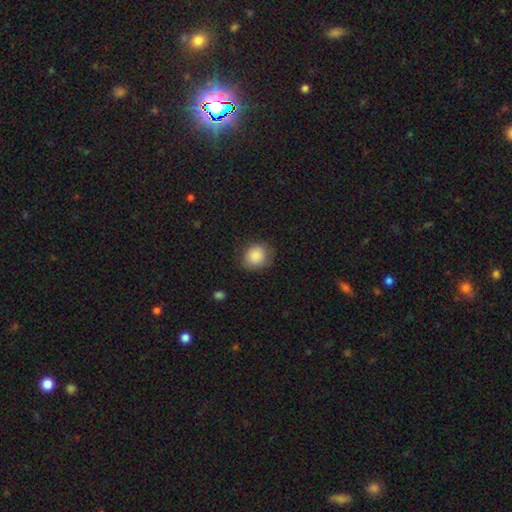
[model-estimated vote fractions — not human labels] Smooth or featured? Predicted: smooth (p=0.87). How rounded? Predicted: round (p=0.73). Merging? Predicted: none (p=0.80).